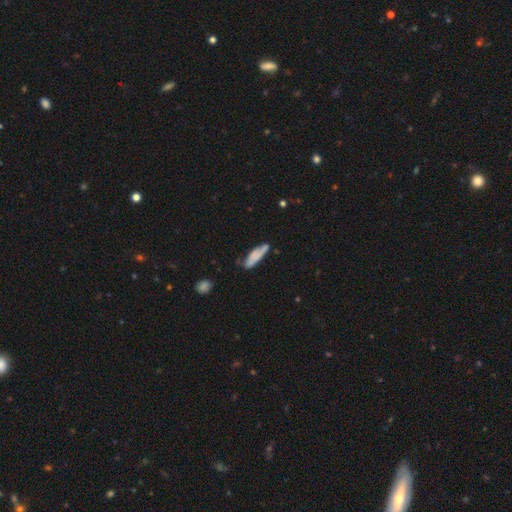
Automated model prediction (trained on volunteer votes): Smooth or featured? smooth (70%)
How rounded? cigar-shaped (63%)
Merging? none (59%)